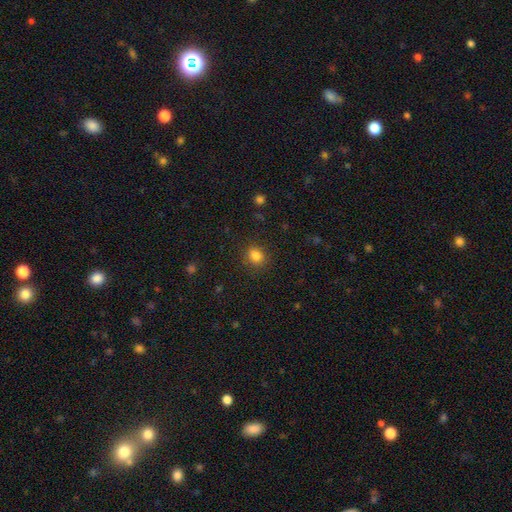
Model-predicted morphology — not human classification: A smooth galaxy with no disk features (84%) that is round (63%).

Vote fractions:
- Smooth or featured? smooth: 84% / star or artifact: 12% / featured or disk: 4%
- How rounded? round: 63% / in between: 36% / cigar-shaped: 1%
- Merging? none: 85% / minor disturbance: 10% / major disturbance: 3% / merger: 1%